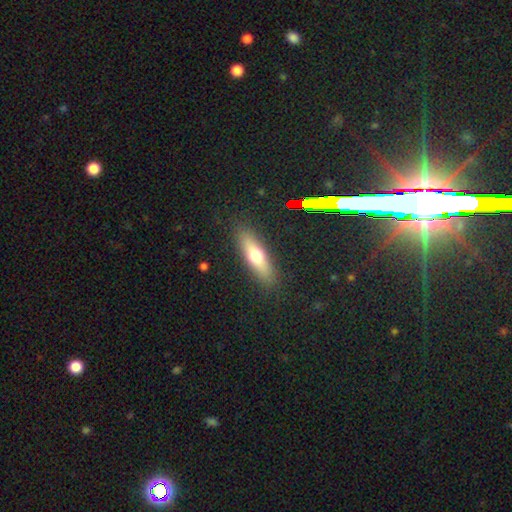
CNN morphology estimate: Smooth or featured?
  - smooth: 60% *
  - featured or disk: 32%
  - star or artifact: 8%
How rounded?
  - cigar-shaped: 57% *
  - in between: 40%
  - round: 3%
Merging?
  - none: 87% *
  - minor disturbance: 9%
  - major disturbance: 3%
  - merger: 1%